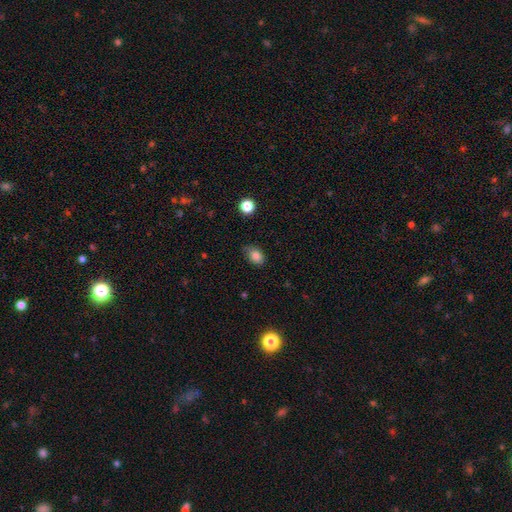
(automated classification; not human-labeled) smooth_or_featured: smooth (p=0.82) [alt: star or artifact p=0.10]
how_rounded: in between (p=0.74) [alt: round p=0.25]
merging: none (p=0.65) [alt: minor disturbance p=0.28]